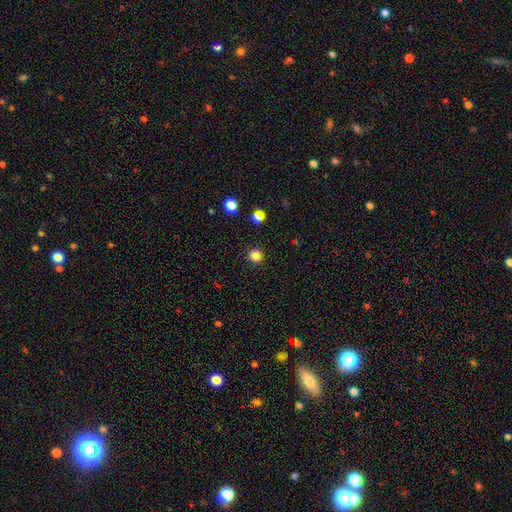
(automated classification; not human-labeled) A smooth galaxy with no disk features (82%) that is round (92%). Merging: none (90%).